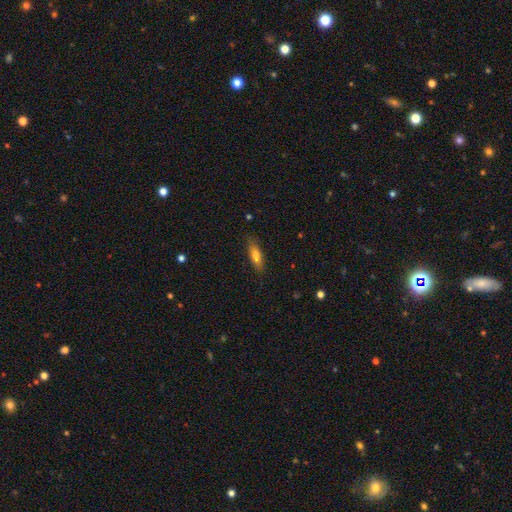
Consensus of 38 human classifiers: Q: Smooth or featured?
A: smooth (68%); runner-up: featured or disk (24%)
Q: How rounded?
A: cigar-shaped (62%); runner-up: in between (35%)
Q: Merging?
A: none (66%); runner-up: minor disturbance (17%)